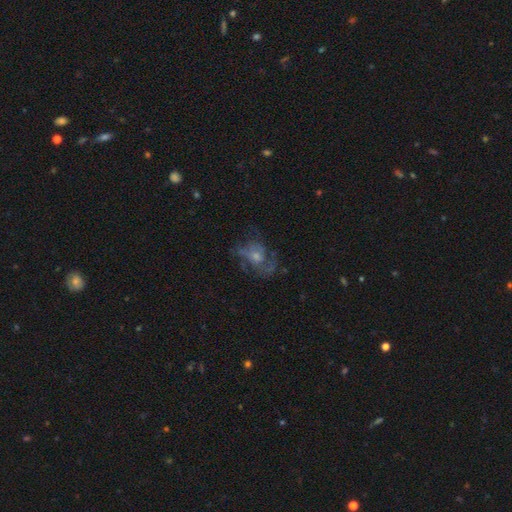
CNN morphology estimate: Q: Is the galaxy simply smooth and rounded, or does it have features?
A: featured or disk — 62%.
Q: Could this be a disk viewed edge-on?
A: no — 96%.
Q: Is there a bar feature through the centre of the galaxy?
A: no — 78%.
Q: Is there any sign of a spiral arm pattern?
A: yes — 67%.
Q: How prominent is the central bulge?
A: small — 45%.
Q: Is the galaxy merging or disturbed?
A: none — 52%.